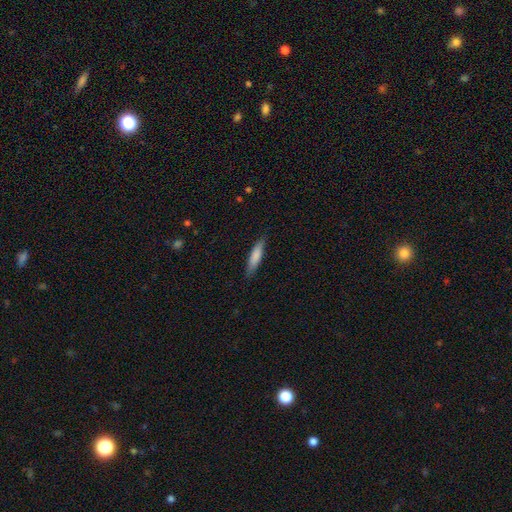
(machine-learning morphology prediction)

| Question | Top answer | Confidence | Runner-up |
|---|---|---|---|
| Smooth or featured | smooth | 81% | featured or disk (14%) |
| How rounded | cigar-shaped | 80% | in between (19%) |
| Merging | none | 85% | minor disturbance (11%) |